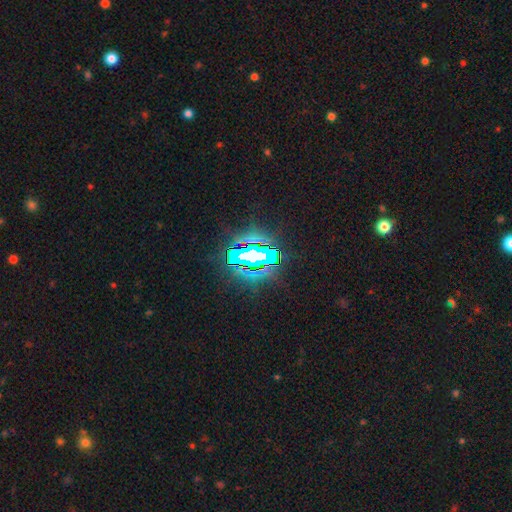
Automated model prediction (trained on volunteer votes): A star or artifact, not a galaxy (71%).